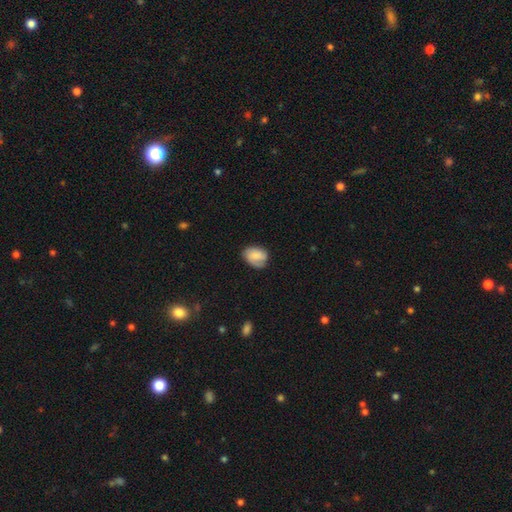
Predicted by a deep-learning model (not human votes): This is likely a smooth galaxy (71%). How rounded: likely in between (73%). Merging: likely none (60%).